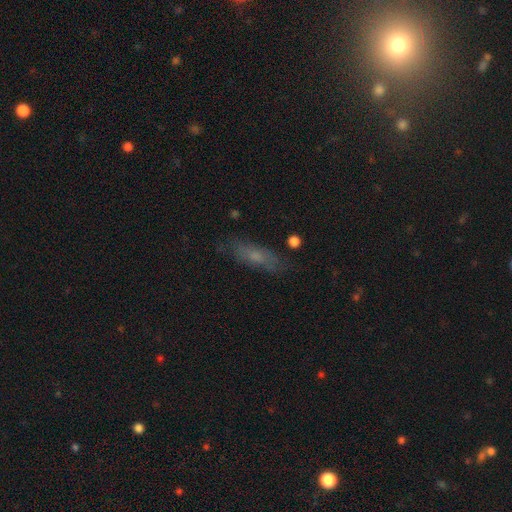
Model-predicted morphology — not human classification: This is possibly a smooth galaxy (53%). How rounded: possibly cigar-shaped (55%). Merging: likely none (77%).